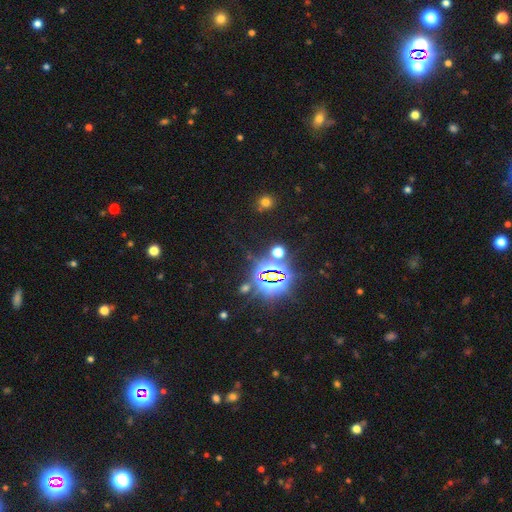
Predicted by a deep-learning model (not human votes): This appears to be a star or artifact, not a galaxy (82%).